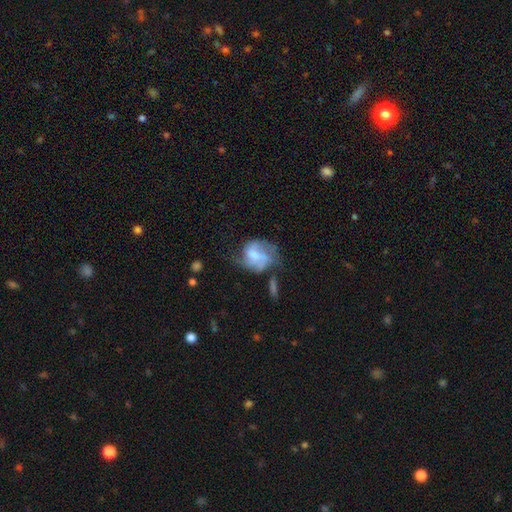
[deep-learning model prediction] The model was most divided on "bulge size": none: 33%, moderate: 27%, small: 23%, large: 14%, dominant: 3%. Remaining: edge-on disk — no (97%); spiral arms — yes (72%); smooth or featured — featured or disk (53%); bar — no (53%); merging — none (36%).